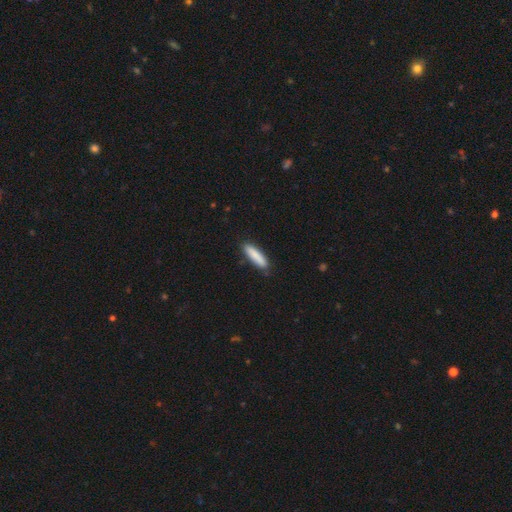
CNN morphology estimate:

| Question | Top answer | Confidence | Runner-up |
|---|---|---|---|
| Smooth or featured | smooth | 87% | featured or disk (8%) |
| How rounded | cigar-shaped | 75% | in between (24%) |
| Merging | none | 86% | minor disturbance (11%) |